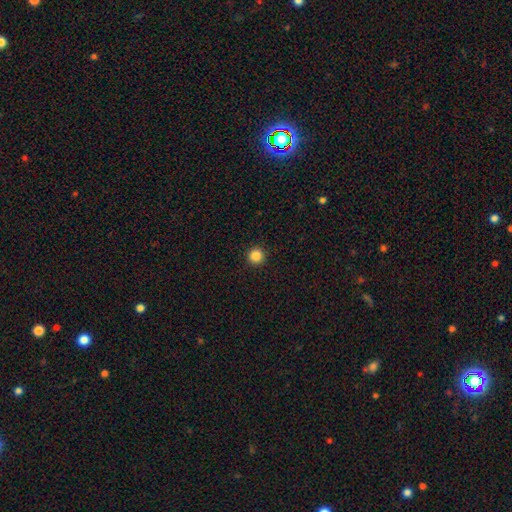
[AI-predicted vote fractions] smooth-or-featured: smooth: 86% | star or artifact: 11% | featured or disk: 3%
  how-rounded: round: 96% | in between: 3% | cigar-shaped: 1%
  merging: none: 93% | minor disturbance: 4% | major disturbance: 2% | merger: 1%